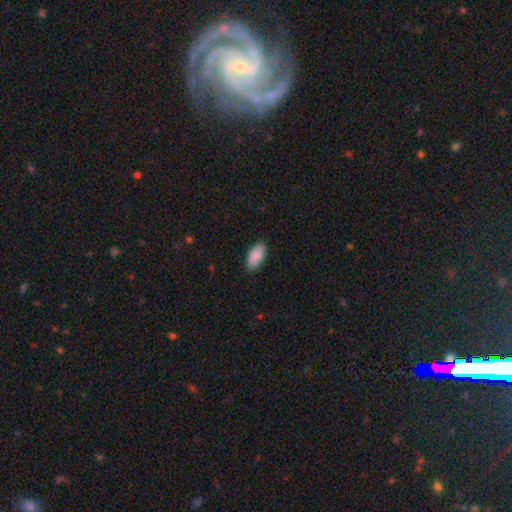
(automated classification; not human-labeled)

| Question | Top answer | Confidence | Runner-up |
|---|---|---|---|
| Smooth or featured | smooth | 87% | featured or disk (8%) |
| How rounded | in between | 94% | cigar-shaped (4%) |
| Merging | none | 83% | minor disturbance (13%) |